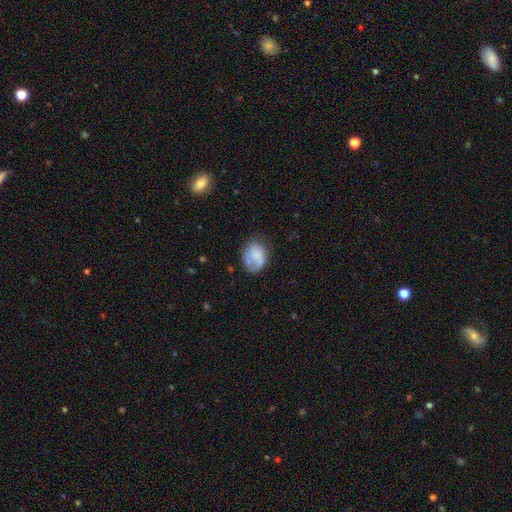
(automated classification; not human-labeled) smooth 68%, featured or disk 23%, star or artifact 8%. Down the decision tree: how rounded — in between (58%); merging — none (47%).